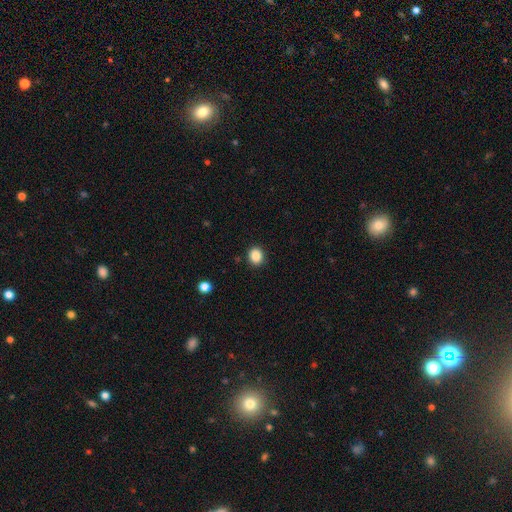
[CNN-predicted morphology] smooth-or-featured: smooth: 87% | star or artifact: 10% | featured or disk: 3%
  how-rounded: round: 73% | in between: 27% | cigar-shaped: 1%
  merging: none: 90% | minor disturbance: 7% | major disturbance: 2% | merger: 1%